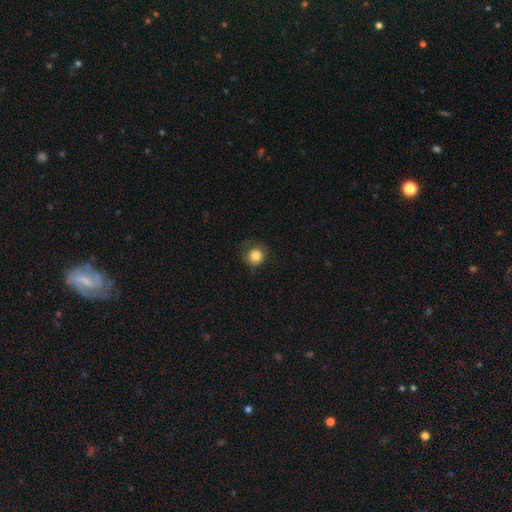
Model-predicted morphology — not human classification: A smooth galaxy with no disk features (83%) that is round (91%).

Vote fractions:
- Smooth or featured? smooth: 83% / star or artifact: 10% / featured or disk: 7%
- How rounded? round: 91% / in between: 8% / cigar-shaped: 1%
- Merging? none: 74% / minor disturbance: 18% / major disturbance: 7% / merger: 1%